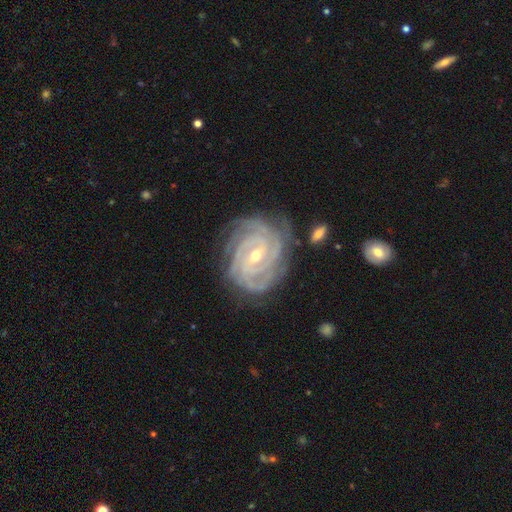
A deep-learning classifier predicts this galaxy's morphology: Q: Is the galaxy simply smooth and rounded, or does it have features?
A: featured or disk — 93%.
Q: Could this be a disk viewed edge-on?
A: no — 98%.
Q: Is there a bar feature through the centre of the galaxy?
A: weak — 44%.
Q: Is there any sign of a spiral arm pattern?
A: yes — 99%.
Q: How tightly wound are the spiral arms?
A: tight — 83%.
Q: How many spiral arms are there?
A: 4 — 34%.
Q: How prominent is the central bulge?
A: small — 58%.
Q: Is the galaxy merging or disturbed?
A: none — 78%.